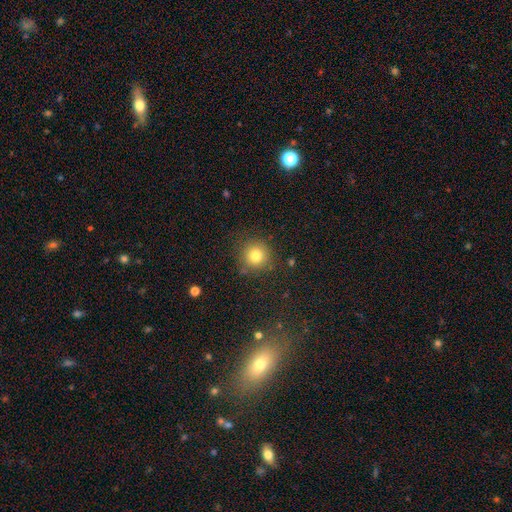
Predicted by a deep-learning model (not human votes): Q: Smooth or featured?
A: smooth (79%); runner-up: star or artifact (13%)
Q: How rounded?
A: round (93%); runner-up: in between (6%)
Q: Merging?
A: none (84%); runner-up: minor disturbance (10%)